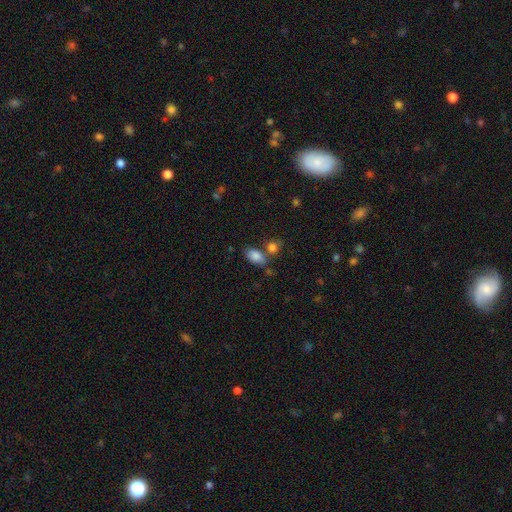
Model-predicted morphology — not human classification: Smooth or featured?
  - smooth: 85% *
  - star or artifact: 9%
  - featured or disk: 7%
How rounded?
  - in between: 89% *
  - round: 9%
  - cigar-shaped: 2%
Merging?
  - none: 58% *
  - merger: 21%
  - minor disturbance: 16%
  - major disturbance: 5%